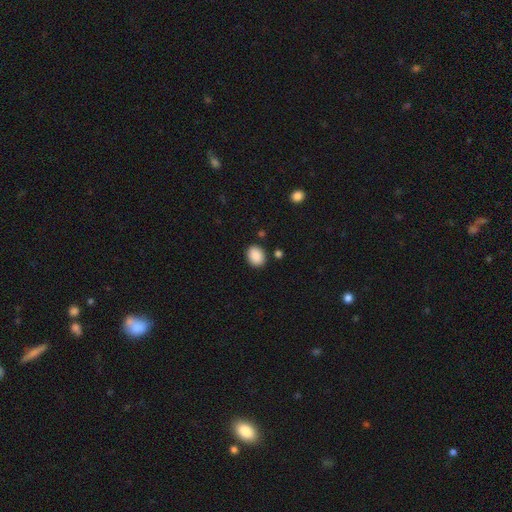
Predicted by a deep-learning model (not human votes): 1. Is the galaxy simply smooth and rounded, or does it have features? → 89% smooth, 8% star or artifact, 3% featured or disk.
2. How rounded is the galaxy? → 60% in between, 39% round, 1% cigar-shaped.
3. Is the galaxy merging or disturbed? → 86% none, 9% minor disturbance, 3% major disturbance, 2% merger.